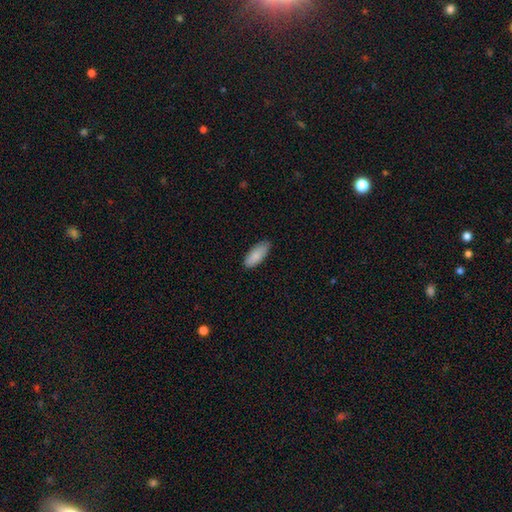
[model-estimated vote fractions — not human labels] Smooth or featured: smooth — 88% (featured or disk — 6%)
How rounded: in between — 82% (cigar-shaped — 17%)
Merging: none — 83% (minor disturbance — 14%)